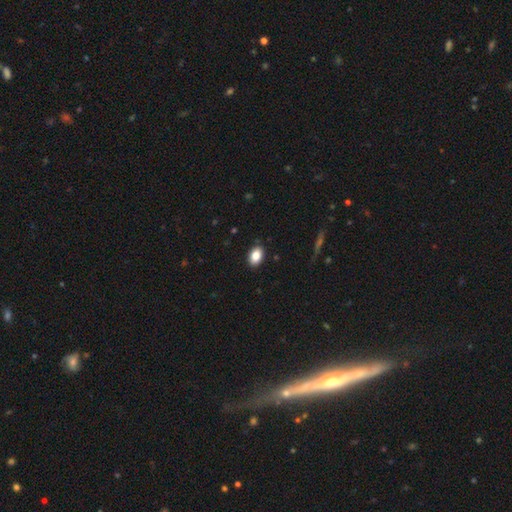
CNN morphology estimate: smooth 85%, star or artifact 8%, featured or disk 7%. Down the decision tree: how rounded — in between (88%); merging — none (89%).